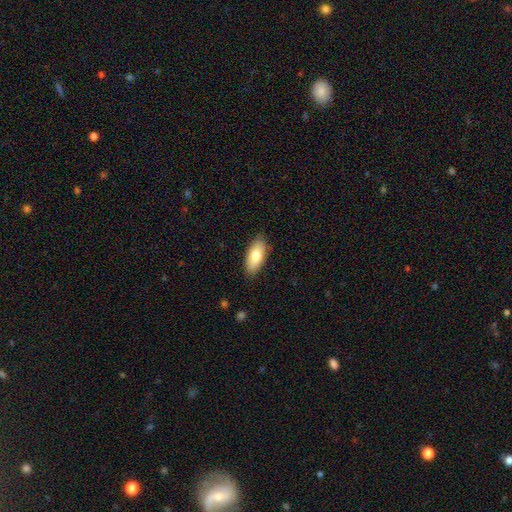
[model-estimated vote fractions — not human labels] This appears to be a smooth galaxy with no disk features (77%) that is in between round and cigar-shaped (87%). Merging: none (85%).